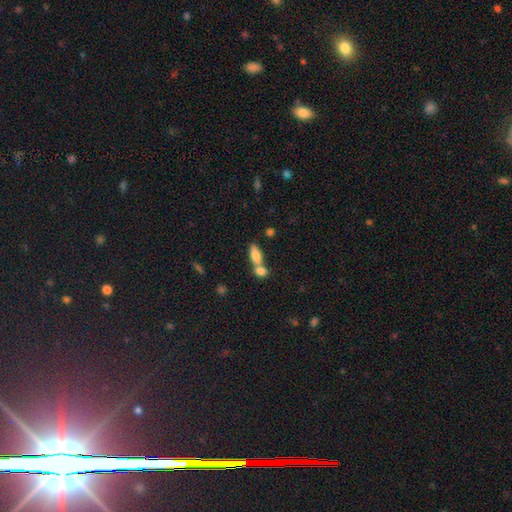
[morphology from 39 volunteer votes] This is clearly a smooth galaxy (85%). How rounded: likely in between (70%). Merging: likely merger (68%).